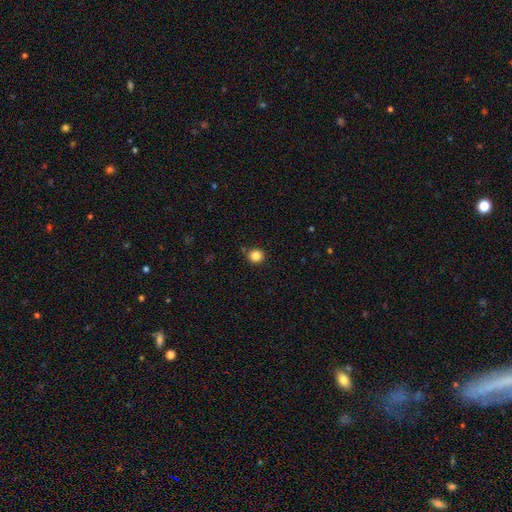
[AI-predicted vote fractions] A smooth galaxy with no disk features (85%) that is round (91%).

Vote fractions:
- Smooth or featured? smooth: 85% / star or artifact: 11% / featured or disk: 4%
- How rounded? round: 91% / in between: 8% / cigar-shaped: 1%
- Merging? none: 87% / minor disturbance: 8% / merger: 3% / major disturbance: 2%